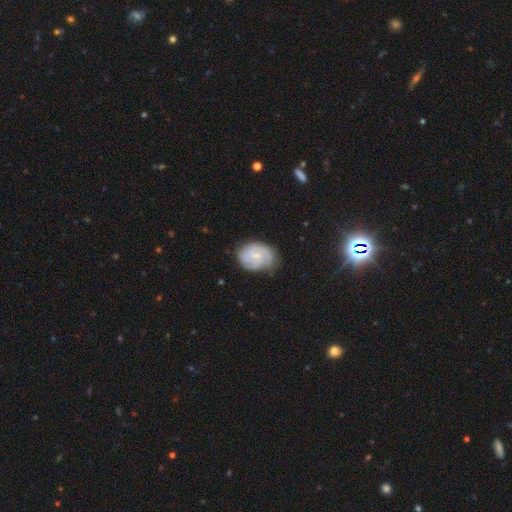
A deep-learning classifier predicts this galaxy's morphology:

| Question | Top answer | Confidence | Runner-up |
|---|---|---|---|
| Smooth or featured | featured or disk | 75% | smooth (19%) |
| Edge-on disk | no | 98% | yes (2%) |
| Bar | no | 60% | weak (35%) |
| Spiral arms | yes | 95% | no (5%) |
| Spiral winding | tight | 59% | medium (33%) |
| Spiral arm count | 3 | 30% | 2 (29%) |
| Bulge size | small | 68% | moderate (23%) |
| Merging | none | 69% | minor disturbance (23%) |